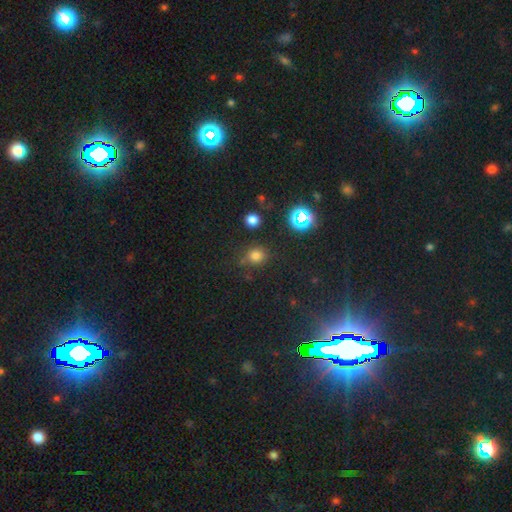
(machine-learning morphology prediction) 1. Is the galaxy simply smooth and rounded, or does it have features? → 69% smooth, 24% star or artifact, 7% featured or disk.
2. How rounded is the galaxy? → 81% round, 18% in between, 1% cigar-shaped.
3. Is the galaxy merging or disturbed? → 75% none, 14% minor disturbance, 6% merger, 5% major disturbance.